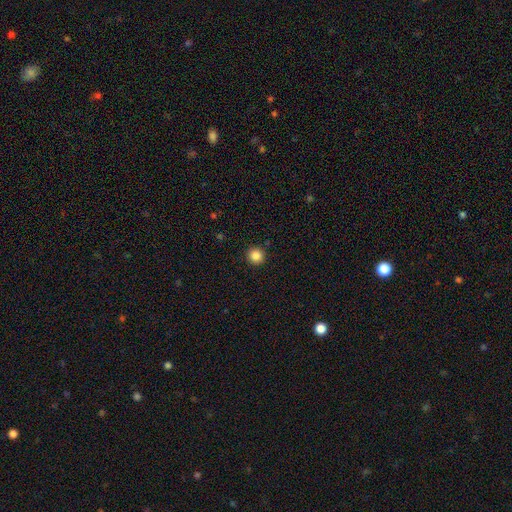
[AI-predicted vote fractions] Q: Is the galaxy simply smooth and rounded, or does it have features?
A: smooth — 86%.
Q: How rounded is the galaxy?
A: round — 96%.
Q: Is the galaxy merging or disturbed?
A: none — 93%.